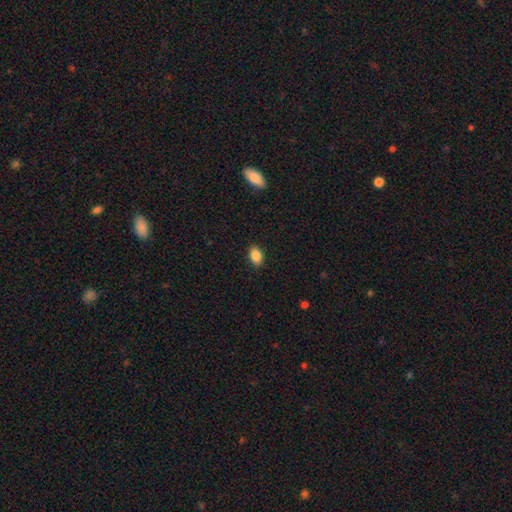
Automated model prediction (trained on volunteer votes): The model was most divided on "how rounded": in between: 85%, round: 14%, cigar-shaped: 2%. More confident: merging — none (89%); smooth or featured — smooth (88%).